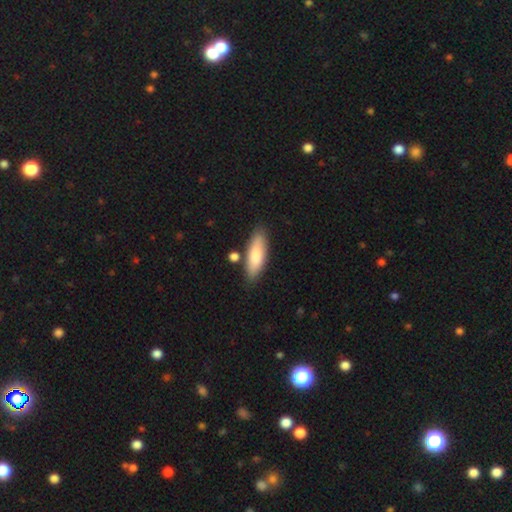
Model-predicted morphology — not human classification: Q: Smooth or featured?
A: smooth (81%); runner-up: featured or disk (13%)
Q: How rounded?
A: in between (57%); runner-up: cigar-shaped (41%)
Q: Merging?
A: none (79%); runner-up: minor disturbance (12%)